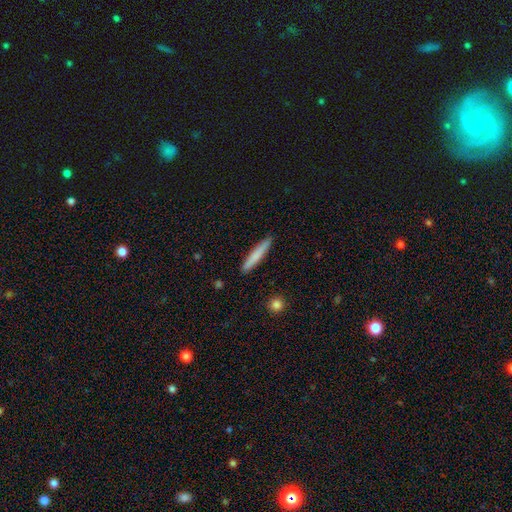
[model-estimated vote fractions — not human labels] Q: Smooth or featured?
A: smooth (76%); runner-up: featured or disk (18%)
Q: How rounded?
A: cigar-shaped (94%); runner-up: in between (5%)
Q: Merging?
A: none (91%); runner-up: minor disturbance (7%)